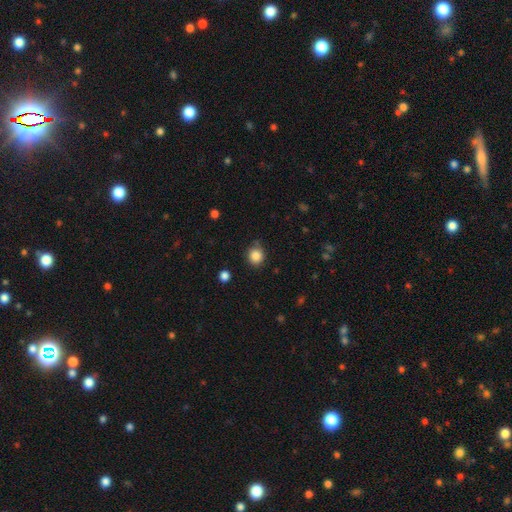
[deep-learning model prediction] The model was most divided on "merging": none: 82%, minor disturbance: 12%, merger: 3%, major disturbance: 3%. More confident: how rounded — round (88%); smooth or featured — smooth (85%).